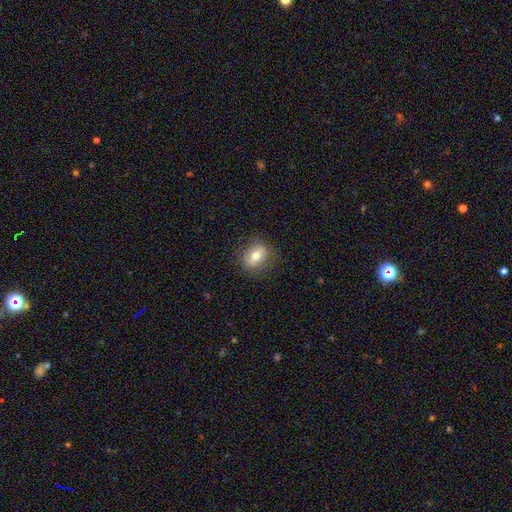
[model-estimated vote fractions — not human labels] smooth-or-featured: smooth: 67% | featured or disk: 24% | star or artifact: 9%
  how-rounded: round: 53% | in between: 45% | cigar-shaped: 2%
  merging: none: 83% | minor disturbance: 12% | major disturbance: 4% | merger: 1%